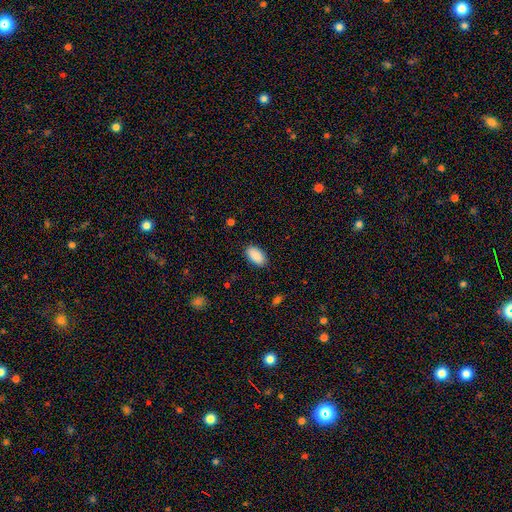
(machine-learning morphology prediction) smooth-or-featured: smooth: 90% | star or artifact: 7% | featured or disk: 3%
  how-rounded: in between: 95% | round: 4% | cigar-shaped: 2%
  merging: none: 87% | minor disturbance: 9% | major disturbance: 2% | merger: 1%